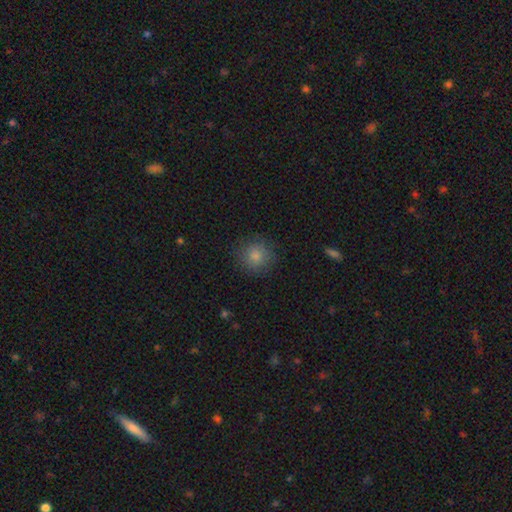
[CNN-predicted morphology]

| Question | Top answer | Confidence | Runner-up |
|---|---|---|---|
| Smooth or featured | smooth | 84% | star or artifact (10%) |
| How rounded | round | 92% | in between (7%) |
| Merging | none | 85% | minor disturbance (10%) |